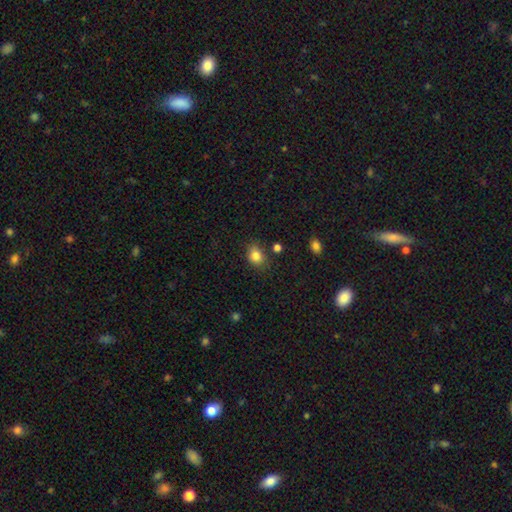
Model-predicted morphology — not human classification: smooth_or_featured: smooth (p=0.83) [alt: star or artifact p=0.11]
how_rounded: in between (p=0.53) [alt: round p=0.46]
merging: none (p=0.75) [alt: minor disturbance p=0.16]